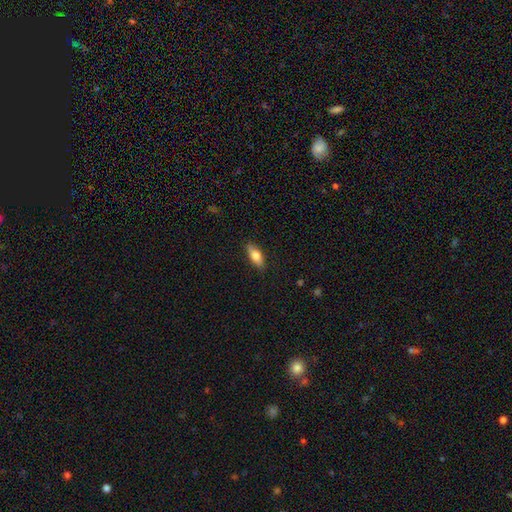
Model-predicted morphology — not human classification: Smooth or featured?
  - smooth: 74% *
  - featured or disk: 20%
  - star or artifact: 6%
How rounded?
  - in between: 72% *
  - cigar-shaped: 25%
  - round: 3%
Merging?
  - none: 86% *
  - minor disturbance: 11%
  - major disturbance: 2%
  - merger: 1%